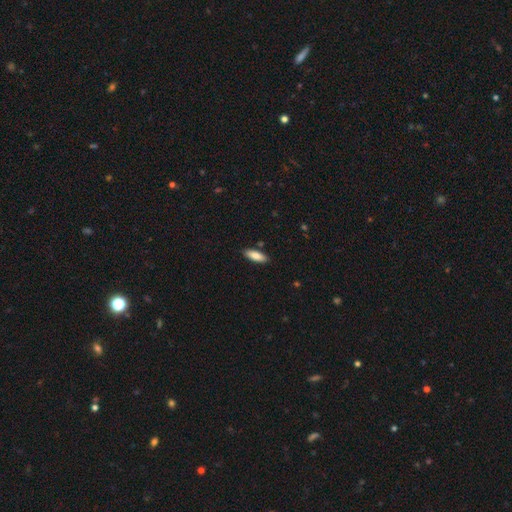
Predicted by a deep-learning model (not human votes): Smooth or featured?
  - smooth: 85% *
  - featured or disk: 10%
  - star or artifact: 6%
How rounded?
  - in between: 65% *
  - cigar-shaped: 33%
  - round: 2%
Merging?
  - none: 87% *
  - minor disturbance: 10%
  - merger: 2%
  - major disturbance: 2%